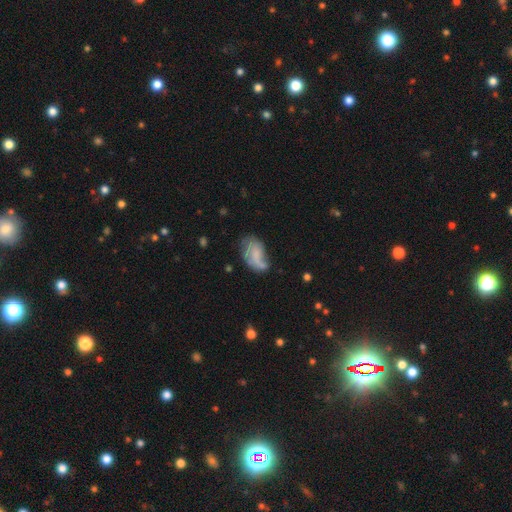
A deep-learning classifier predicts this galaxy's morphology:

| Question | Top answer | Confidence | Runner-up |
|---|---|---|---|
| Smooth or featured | featured or disk | 52% | smooth (40%) |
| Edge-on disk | no | 97% | yes (3%) |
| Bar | no | 66% | weak (27%) |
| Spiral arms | yes | 71% | no (29%) |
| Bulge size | none | 58% | small (23%) |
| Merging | none | 39% | minor disturbance (28%) |